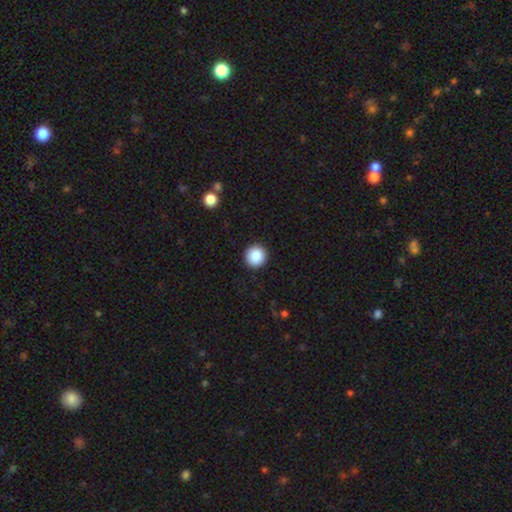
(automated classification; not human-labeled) The model was most divided on "smooth or featured": smooth: 87%, star or artifact: 9%, featured or disk: 4%. More confident: how rounded — round (95%); merging — none (93%).